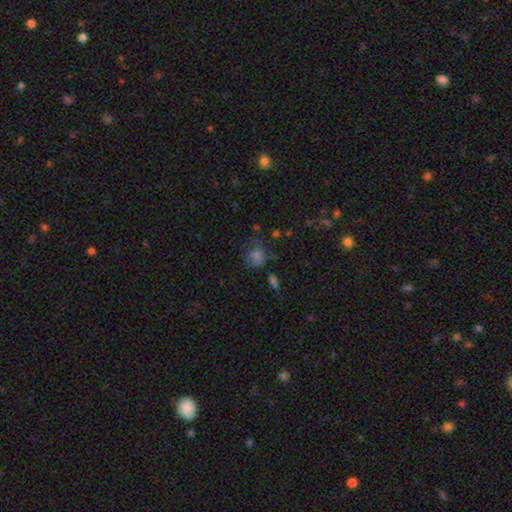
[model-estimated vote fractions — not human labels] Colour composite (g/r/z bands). It shows a smooth galaxy with no disk features (60%) that is round (71%). Merging: none (55%).